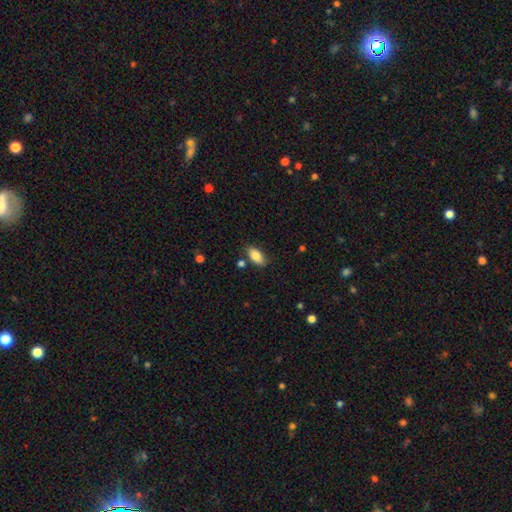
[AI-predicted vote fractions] Smooth or featured: smooth — 84% (featured or disk — 9%)
How rounded: in between — 91% (cigar-shaped — 6%)
Merging: none — 80% (minor disturbance — 13%)